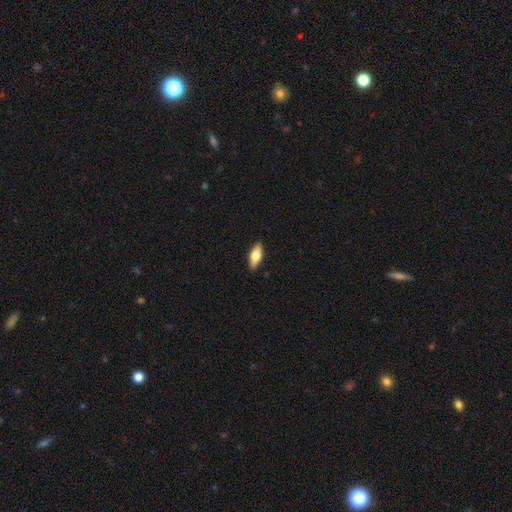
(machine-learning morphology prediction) Q: Smooth or featured?
A: smooth (65%); runner-up: featured or disk (29%)
Q: How rounded?
A: in between (75%); runner-up: cigar-shaped (22%)
Q: Merging?
A: none (89%); runner-up: minor disturbance (8%)